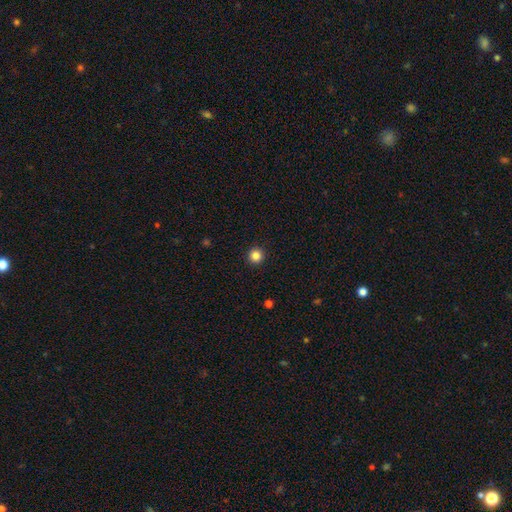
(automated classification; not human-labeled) Overall: smooth (84%). How rounded: round (96%). Merging: none (93%).